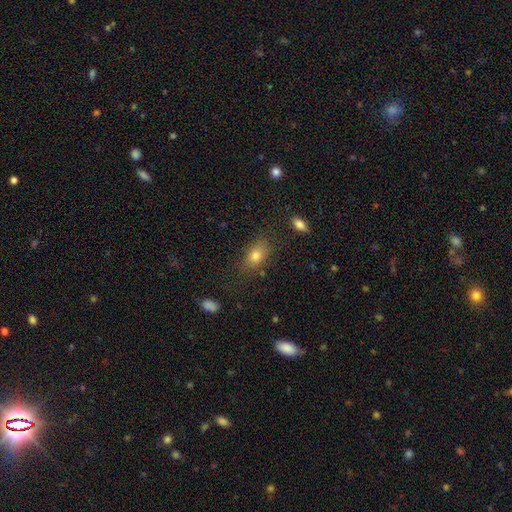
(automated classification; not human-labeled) Overall: smooth (76%). How rounded: in between (76%). Merging: none (75%).